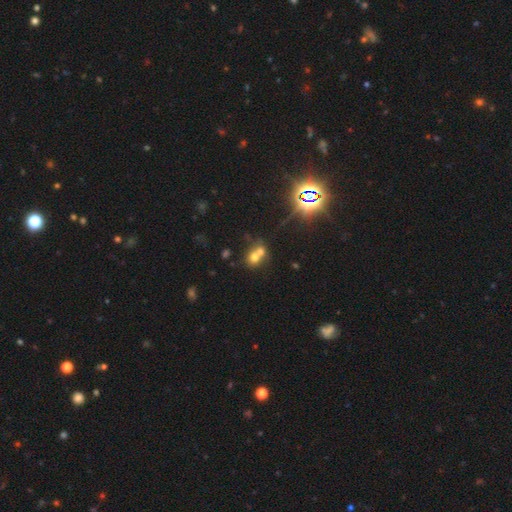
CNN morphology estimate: This is possibly a smooth galaxy (60%). How rounded: likely round (65%). Merging: likely merger (64%).